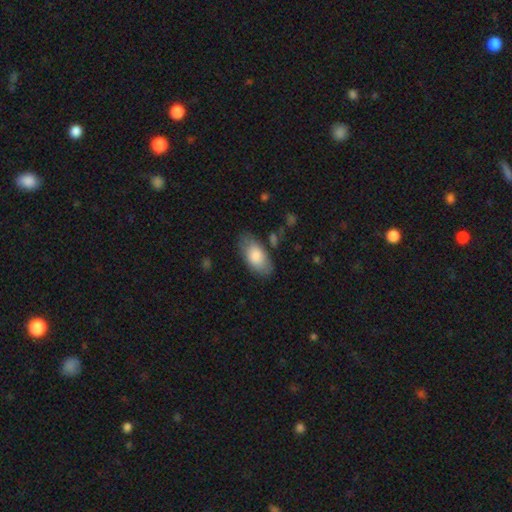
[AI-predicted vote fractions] The model was most divided on "merging": none: 75%, minor disturbance: 17%, major disturbance: 5%, merger: 3%. More confident: how rounded — in between (93%); smooth or featured — smooth (81%).